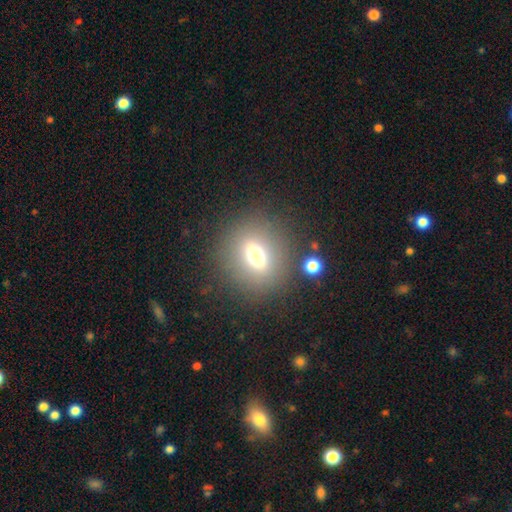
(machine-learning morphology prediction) type=smooth (64%); roundness=round (56%); merging=none (81%).